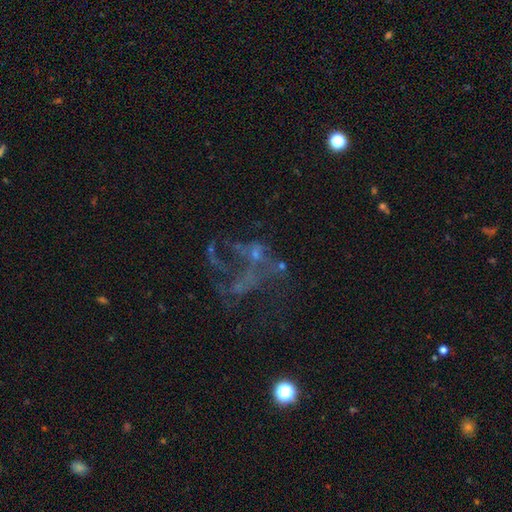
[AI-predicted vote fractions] Smooth or featured? Predicted: featured or disk (p=0.57). Edge-on disk? Predicted: no (p=0.97). Bar? Predicted: no (p=0.86). Spiral arms? Predicted: no (p=0.80). Bulge size? Predicted: none (p=0.66). Merging? Predicted: major disturbance (p=0.46).